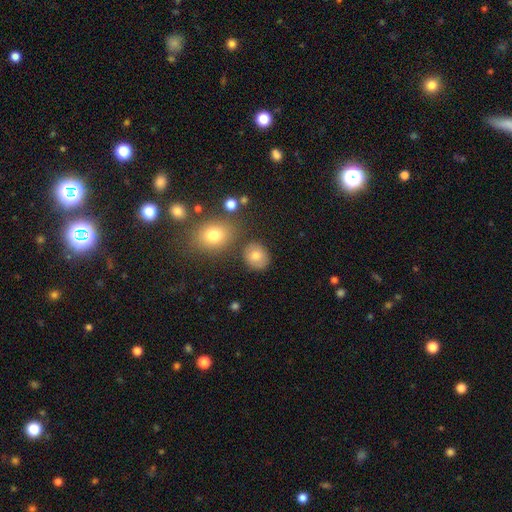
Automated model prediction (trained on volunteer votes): smooth-or-featured: smooth: 79% | star or artifact: 11% | featured or disk: 10%
  how-rounded: round: 73% | in between: 26% | cigar-shaped: 1%
  merging: none: 79% | minor disturbance: 11% | merger: 6% | major disturbance: 3%